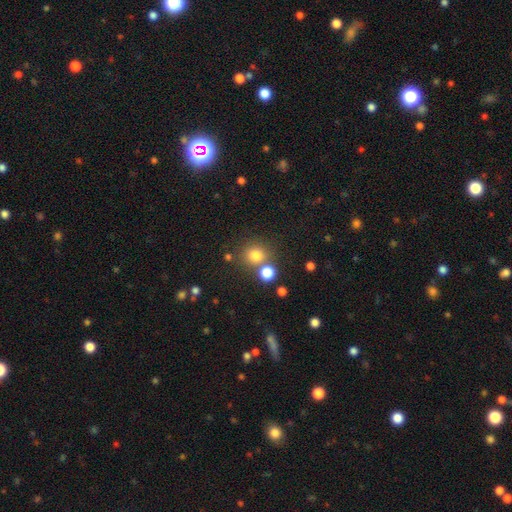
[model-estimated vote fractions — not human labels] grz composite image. It shows a smooth galaxy with no disk features (78%) that is round (87%). Merging: none (71%).